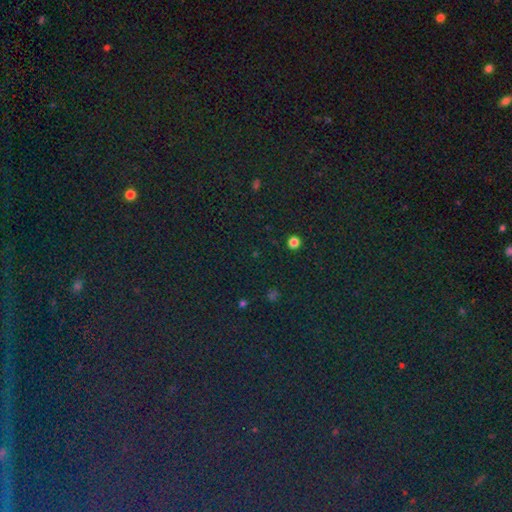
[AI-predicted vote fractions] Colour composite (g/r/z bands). It shows a star or artifact, not a galaxy (79%).